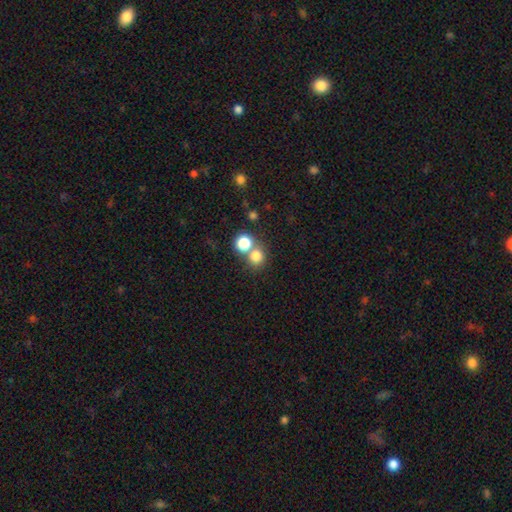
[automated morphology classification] smooth-or-featured: smooth: 78% | star or artifact: 15% | featured or disk: 8%
  how-rounded: round: 86% | in between: 13% | cigar-shaped: 1%
  merging: none: 55% | merger: 36% | minor disturbance: 6% | major disturbance: 3%